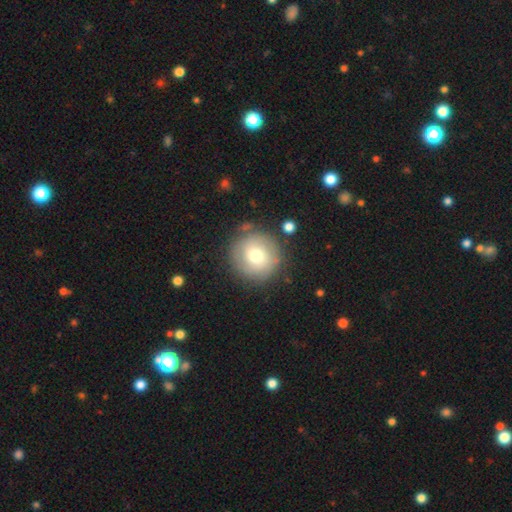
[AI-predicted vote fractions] Smooth or featured? Predicted: smooth (p=0.63). How rounded? Predicted: round (p=0.95). Merging? Predicted: none (p=0.81).